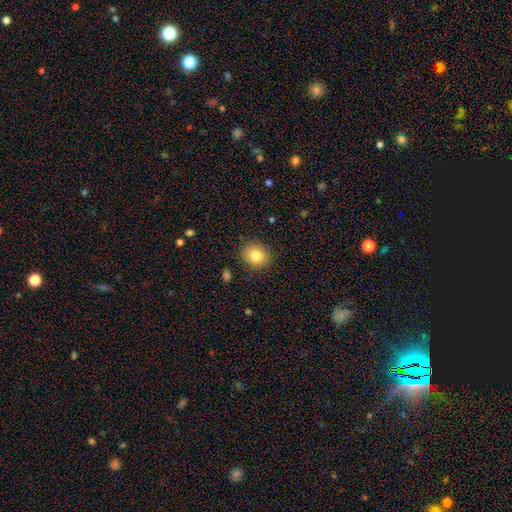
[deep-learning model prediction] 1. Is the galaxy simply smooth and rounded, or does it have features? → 83% smooth, 9% star or artifact, 8% featured or disk.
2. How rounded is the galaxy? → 70% round, 29% in between, 1% cigar-shaped.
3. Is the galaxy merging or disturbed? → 88% none, 8% minor disturbance, 3% major disturbance, 1% merger.